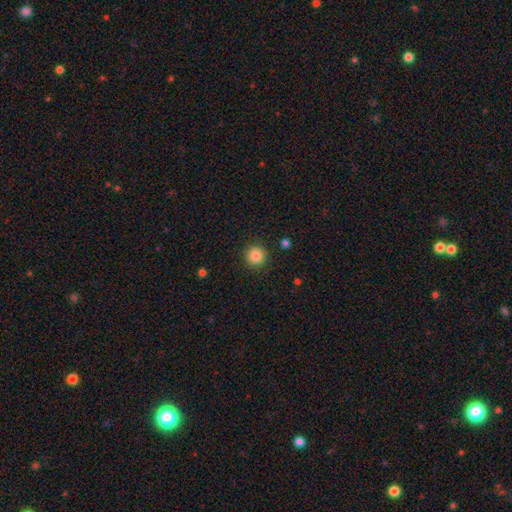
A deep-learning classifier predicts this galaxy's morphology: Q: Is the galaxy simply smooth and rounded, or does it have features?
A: smooth — 86%.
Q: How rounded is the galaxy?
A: round — 95%.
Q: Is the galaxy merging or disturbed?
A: none — 92%.